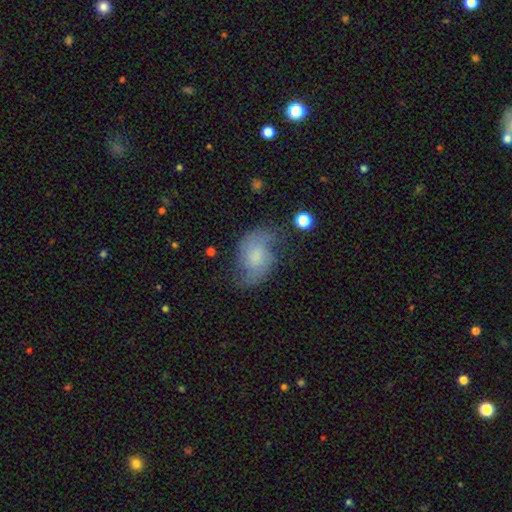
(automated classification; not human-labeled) This is likely a featured or disk galaxy (63%). It is clearly not viewed edge-on (97%). Bar: likely no (64%). Spiral arm pattern: clearly yes (90%). Spiral arm count: clearly 2 (87%). Spiral winding: possibly loose (46%). Central bulge: marginally small (31%). Merging: likely none (63%).